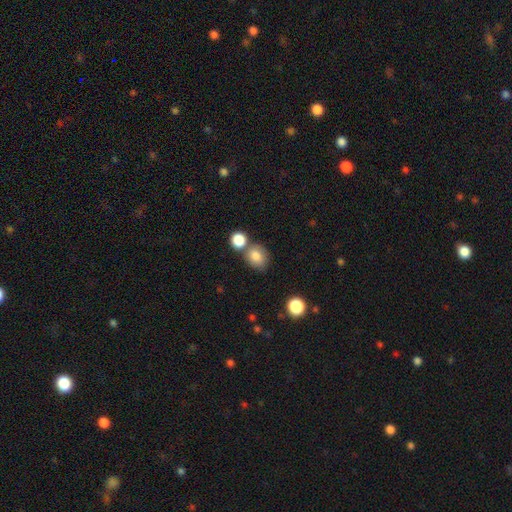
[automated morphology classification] Smooth or featured: smooth — 82% (star or artifact — 10%)
How rounded: round — 63% (in between — 36%)
Merging: none — 58% (merger — 26%)